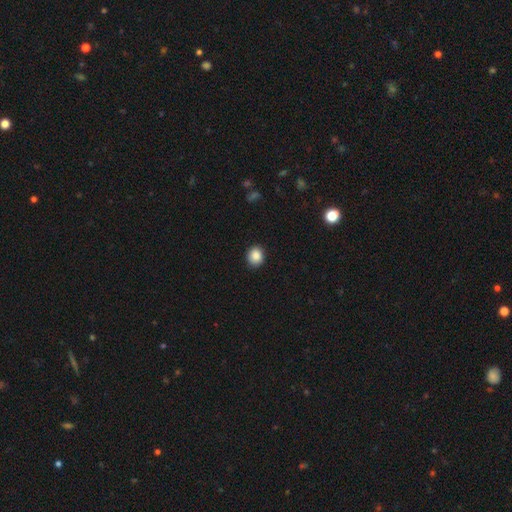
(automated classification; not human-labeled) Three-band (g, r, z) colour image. It shows a smooth galaxy with no disk features (88%) that is round (73%). Merging: none (89%).